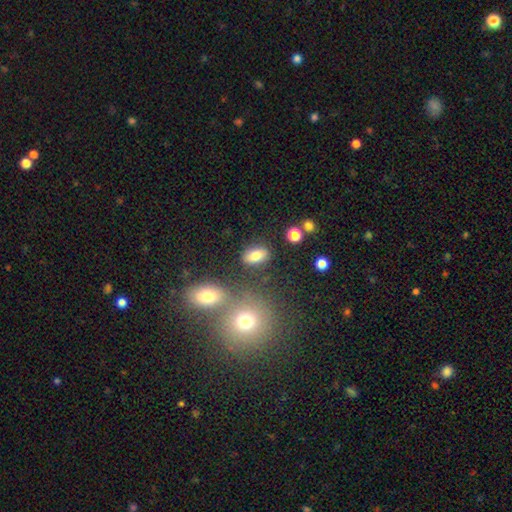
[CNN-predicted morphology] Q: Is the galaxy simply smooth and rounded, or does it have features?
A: smooth — 80%.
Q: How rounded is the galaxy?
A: in between — 86%.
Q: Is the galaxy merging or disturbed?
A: none — 81%.